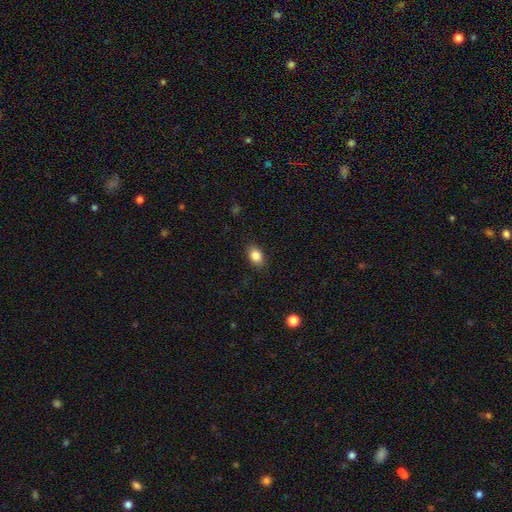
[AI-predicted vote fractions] Smooth or featured? Predicted: smooth (p=0.86). How rounded? Predicted: in between (p=0.77). Merging? Predicted: none (p=0.87).